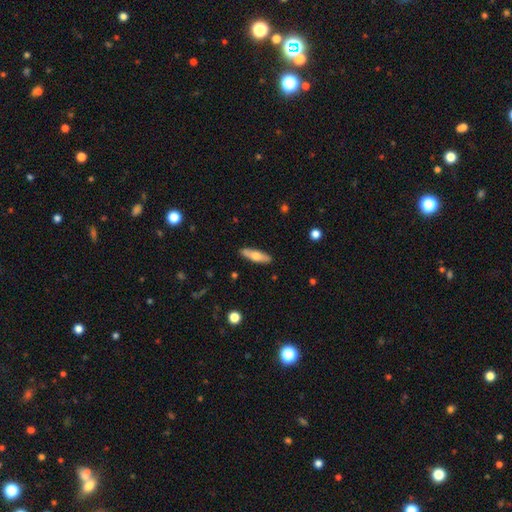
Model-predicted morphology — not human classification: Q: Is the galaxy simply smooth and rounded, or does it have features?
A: smooth — 57%.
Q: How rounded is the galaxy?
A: cigar-shaped — 64%.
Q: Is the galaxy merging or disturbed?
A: none — 88%.